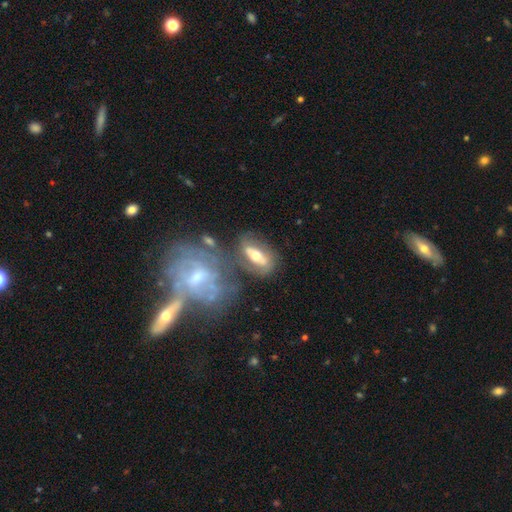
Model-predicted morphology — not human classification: Q: Smooth or featured?
A: featured or disk (52%); runner-up: smooth (41%)
Q: Edge-on disk?
A: no (74%); runner-up: yes (26%)
Q: Merging?
A: none (57%); runner-up: merger (20%)